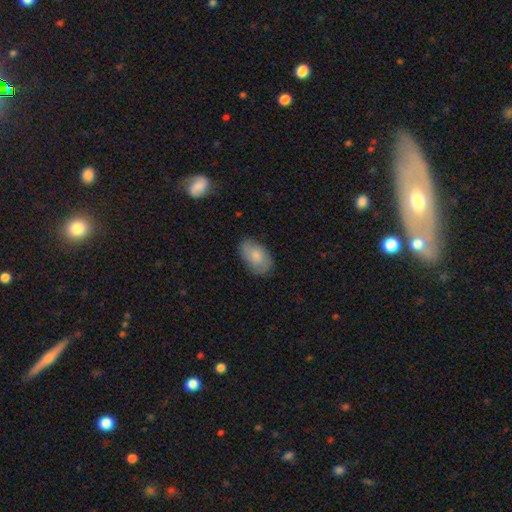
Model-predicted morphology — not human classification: A smooth galaxy with no disk features (72%) that is in between round and cigar-shaped (92%). Merging: none (78%).